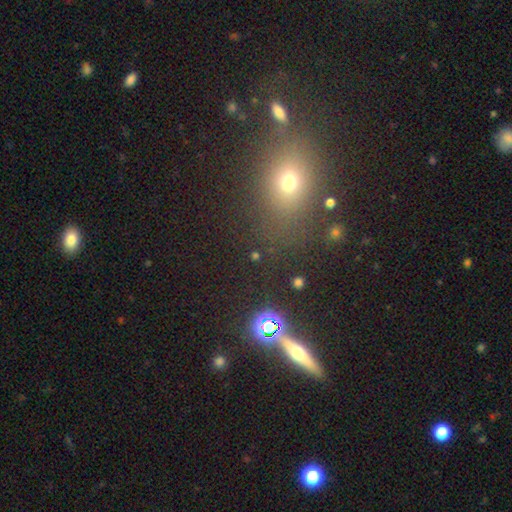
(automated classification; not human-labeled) A smooth galaxy with no disk features (44%, tied with star or artifact).

Vote fractions:
- Smooth or featured? smooth: 44% (tied) / star or artifact: 44% (tied) / featured or disk: 12%
- Merging? none: 76% / minor disturbance: 10% / merger: 7% / major disturbance: 7%